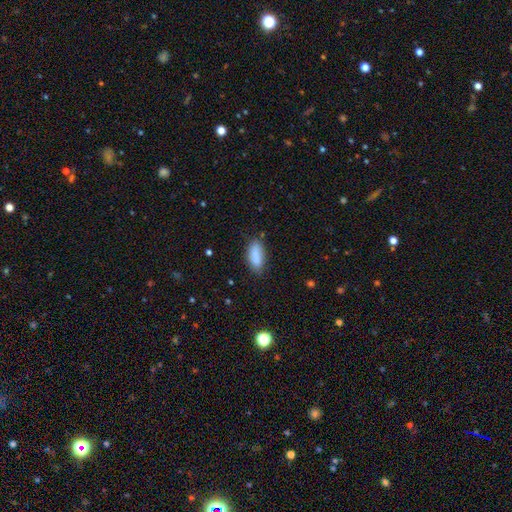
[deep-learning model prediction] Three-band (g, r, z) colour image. It shows a smooth galaxy with no disk features (88%) that is in between round and cigar-shaped (84%). Merging: none (76%).